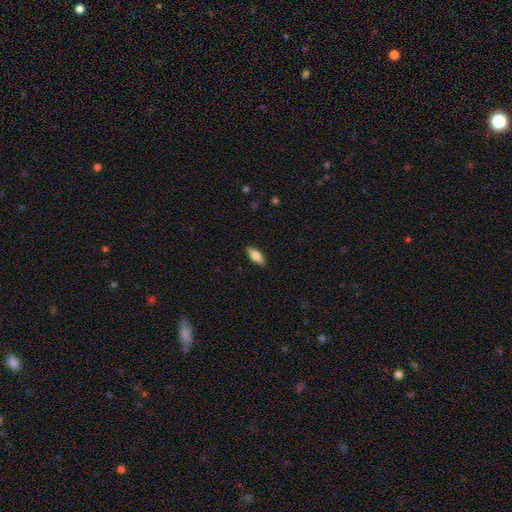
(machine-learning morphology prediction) Overall: smooth (61%; featured or disk 33%). How rounded: in between (68%; cigar-shaped 30%). Merging: none (89%).